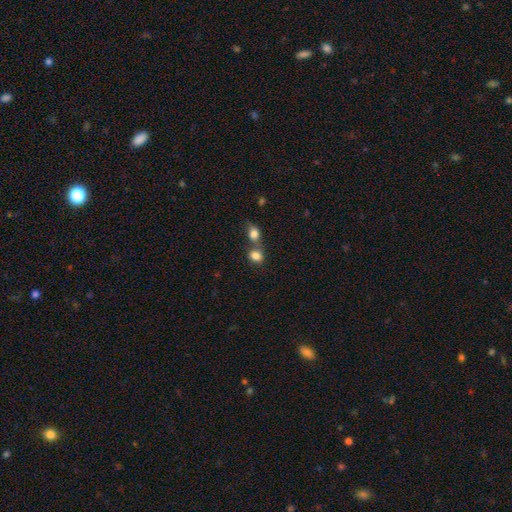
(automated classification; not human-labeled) This is clearly a smooth galaxy (83%). How rounded: possibly round (56%). Merging: possibly merger (51%).